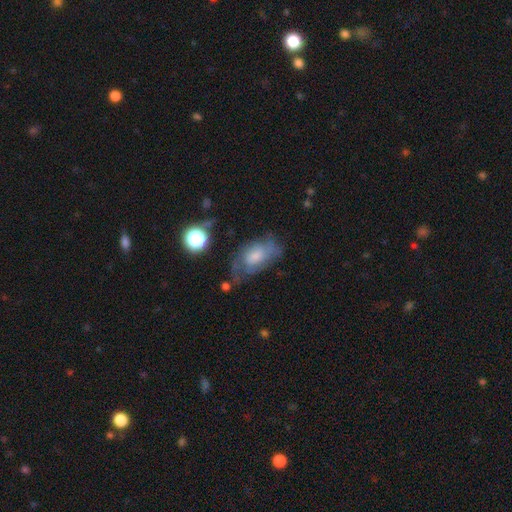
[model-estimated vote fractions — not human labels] smooth-or-featured: smooth: 47% | featured or disk: 43% | star or artifact: 10%
  merging: none: 41% | minor disturbance: 31% | major disturbance: 25% | merger: 4%